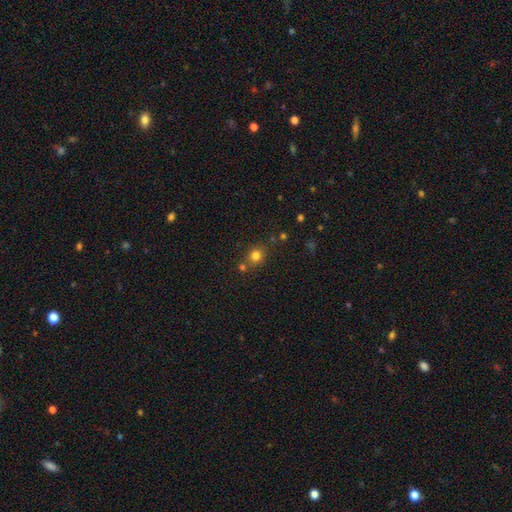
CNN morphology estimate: Q: Smooth or featured?
A: smooth (78%); runner-up: star or artifact (15%)
Q: How rounded?
A: round (80%); runner-up: in between (19%)
Q: Merging?
A: none (70%); runner-up: merger (17%)